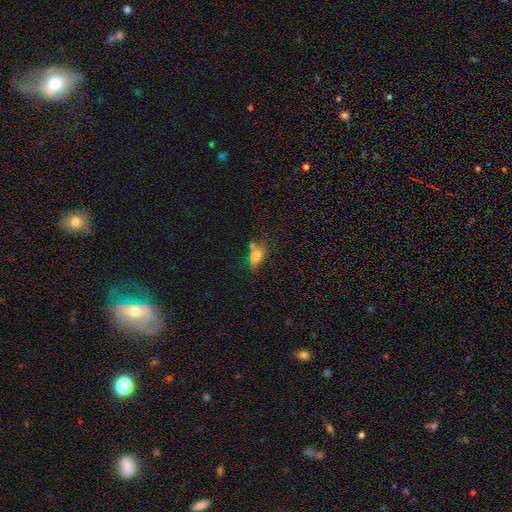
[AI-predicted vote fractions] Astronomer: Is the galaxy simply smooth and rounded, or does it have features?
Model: smooth — 71%.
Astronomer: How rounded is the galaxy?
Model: in between — 78%.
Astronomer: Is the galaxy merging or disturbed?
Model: none — 48% (runner-up: minor disturbance, 25%).